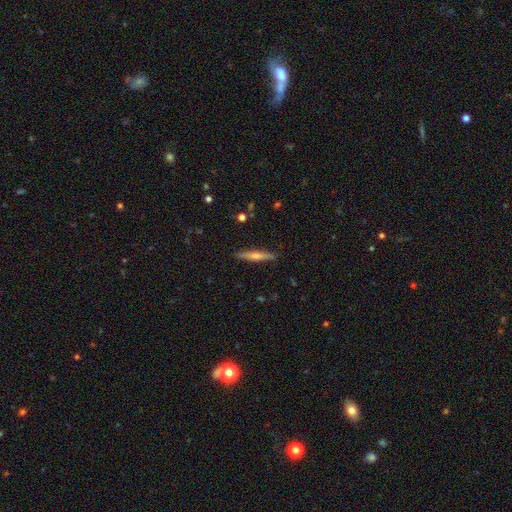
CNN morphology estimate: A featured or disk galaxy (55%) viewed edge-on (97%) with a rounded central bulge (77%). Merging: none (91%).